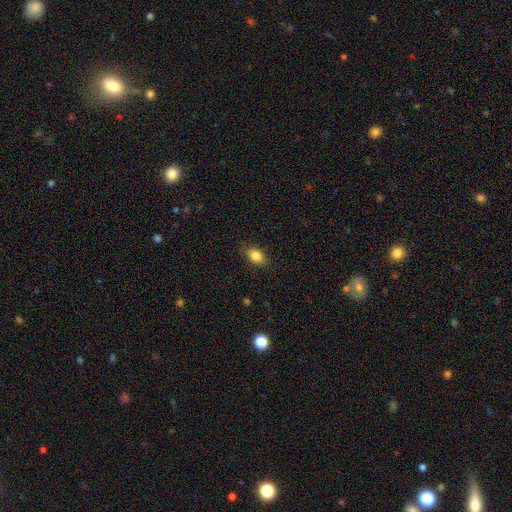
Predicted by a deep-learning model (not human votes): smooth-or-featured: smooth: 85% | star or artifact: 8% | featured or disk: 7%
  how-rounded: in between: 81% | round: 17% | cigar-shaped: 3%
  merging: none: 85% | minor disturbance: 12% | major disturbance: 3% | merger: 1%